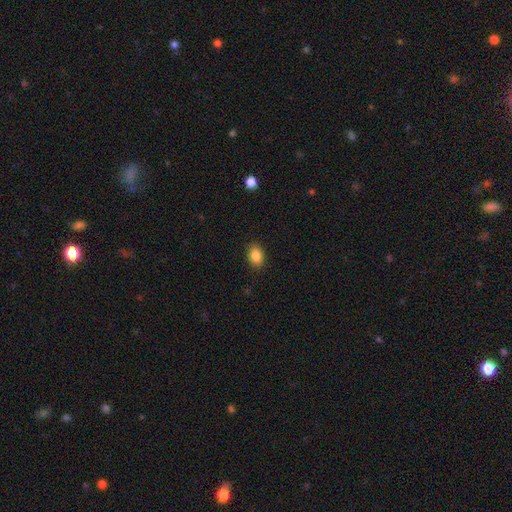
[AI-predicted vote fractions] smooth 87%, star or artifact 9%, featured or disk 4%. Down the decision tree: how rounded — in between (78%); merging — none (89%).